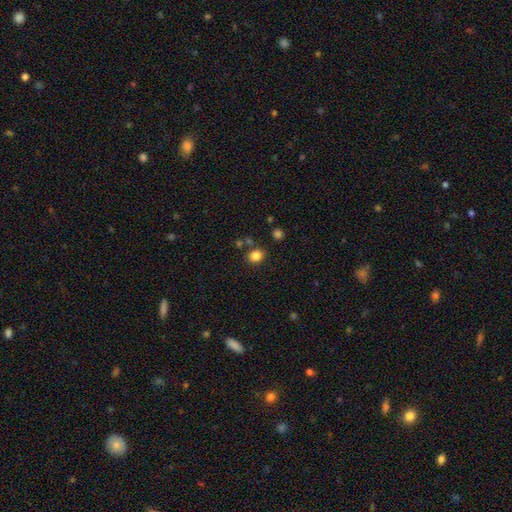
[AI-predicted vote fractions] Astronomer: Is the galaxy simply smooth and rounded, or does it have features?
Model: smooth — 83%.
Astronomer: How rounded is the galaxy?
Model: round — 68%.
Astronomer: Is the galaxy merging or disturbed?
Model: none — 80%.